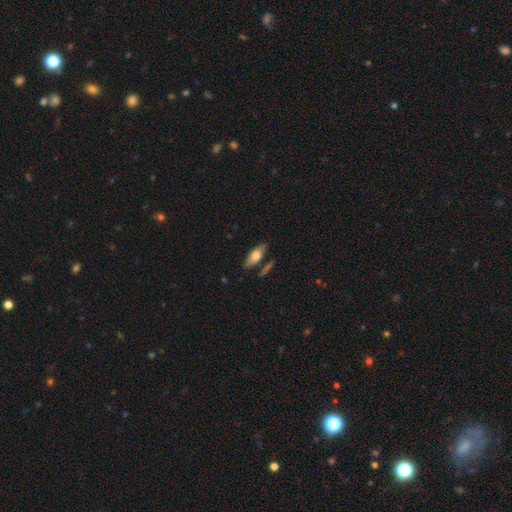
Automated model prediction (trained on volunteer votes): Smooth or featured?
  - smooth: 70% *
  - featured or disk: 24%
  - star or artifact: 6%
How rounded?
  - in between: 73% *
  - cigar-shaped: 25%
  - round: 3%
Merging?
  - none: 78% *
  - minor disturbance: 13%
  - merger: 6%
  - major disturbance: 3%